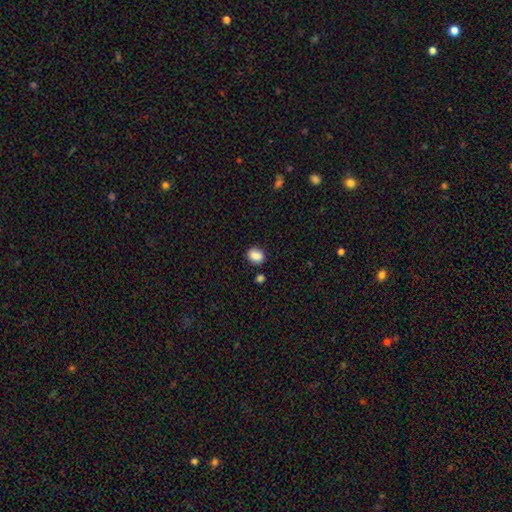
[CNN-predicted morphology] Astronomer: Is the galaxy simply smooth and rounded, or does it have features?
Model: smooth — 87%.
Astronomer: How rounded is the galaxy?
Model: in between — 56% (runner-up: round, 43%).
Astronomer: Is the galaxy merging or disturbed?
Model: none — 79%.